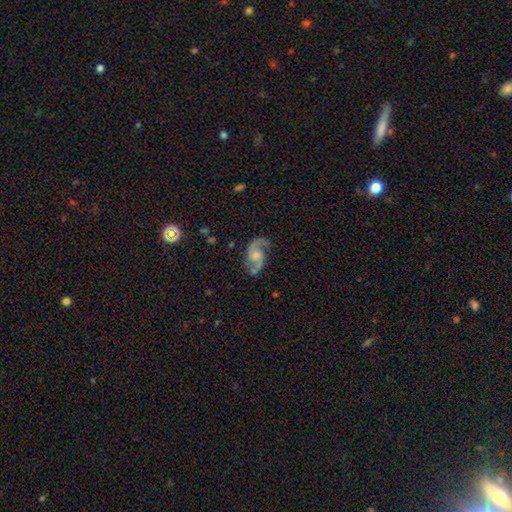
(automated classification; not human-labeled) Smooth or featured: featured or disk — 89% (smooth — 6%)
Edge-on disk: no — 98% (yes — 2%)
Bar: no — 56% (weak — 37%)
Spiral arms: yes — 97% (no — 3%)
Spiral winding: medium — 52% (loose — 36%)
Spiral arm count: 2 — 93% (can't tell — 2%)
Bulge size: moderate — 44% (small — 36%)
Merging: none — 75% (minor disturbance — 16%)